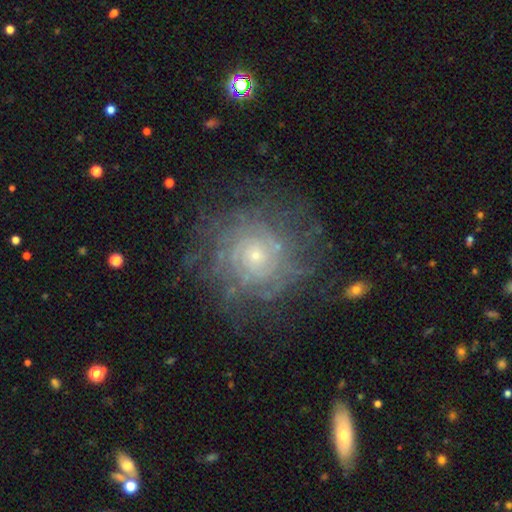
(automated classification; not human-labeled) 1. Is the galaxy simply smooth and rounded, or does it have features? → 78% featured or disk, 13% smooth, 9% star or artifact.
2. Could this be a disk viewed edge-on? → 97% no, 3% yes.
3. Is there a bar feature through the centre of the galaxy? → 83% no, 14% weak, 3% strong.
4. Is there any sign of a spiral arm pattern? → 89% yes, 11% no.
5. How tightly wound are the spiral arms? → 77% tight, 17% medium, 6% loose.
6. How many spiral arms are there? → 48% can't tell, 15% more than 4, 12% 4, 10% 2, 9% 3, 6% 1.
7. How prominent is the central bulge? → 79% small, 17% moderate, 2% large, 2% none, 1% dominant.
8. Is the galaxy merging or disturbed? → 72% none, 15% minor disturbance, 11% major disturbance, 2% merger.